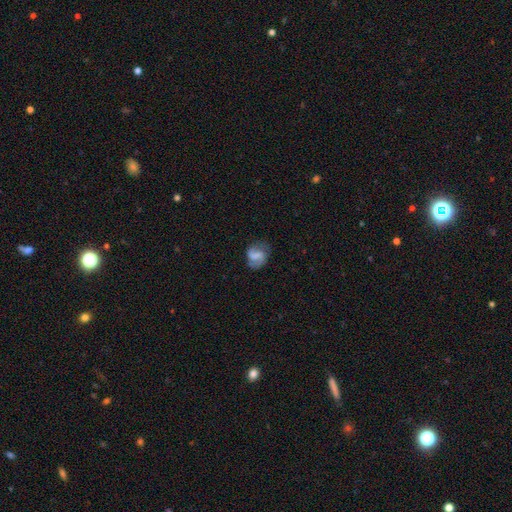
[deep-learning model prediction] A featured or disk galaxy (63%) with a weak bar (45%), 2 (83%) loose (43%) spiral arms (87%) and no central bulge (48%). Merging: none (68%).